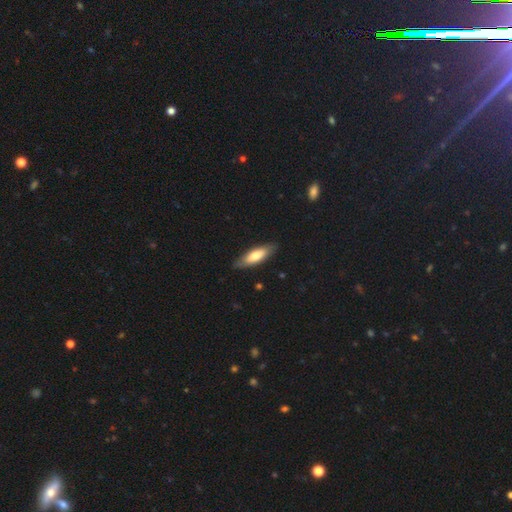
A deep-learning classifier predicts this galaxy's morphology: Smooth or featured: smooth — 70% (featured or disk — 25%)
How rounded: cigar-shaped — 50% (in between — 48%)
Merging: none — 84% (minor disturbance — 13%)